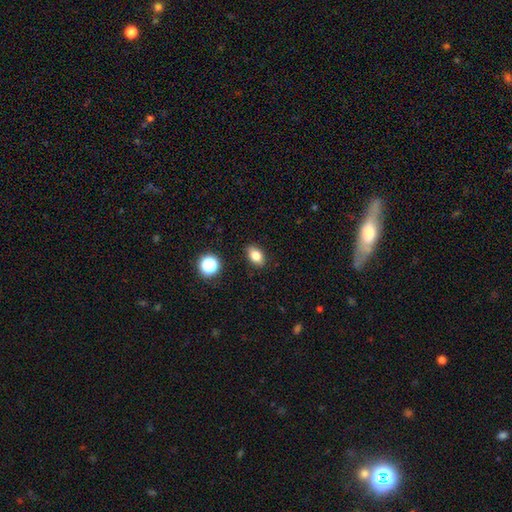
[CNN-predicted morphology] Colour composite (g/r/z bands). It shows a smooth galaxy with no disk features (81%) that is in between round and cigar-shaped (83%). Merging: none (88%).